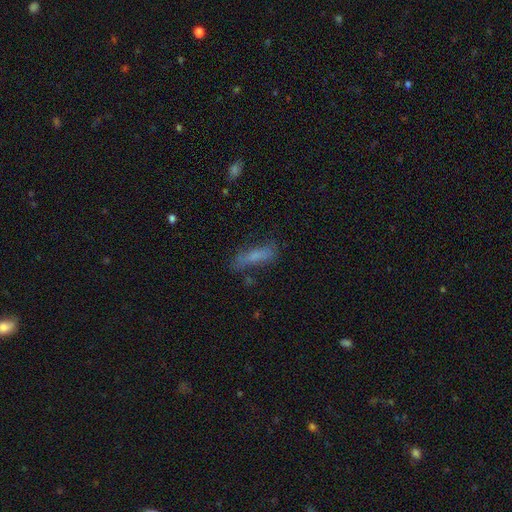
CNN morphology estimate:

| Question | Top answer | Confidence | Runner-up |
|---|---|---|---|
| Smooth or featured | smooth | 64% | featured or disk (24%) |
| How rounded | cigar-shaped | 68% | in between (30%) |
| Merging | none | 63% | minor disturbance (23%) |